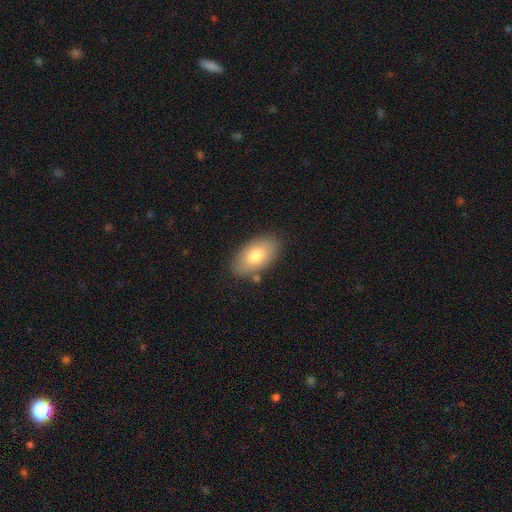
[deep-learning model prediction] Smooth or featured? smooth (76%)
How rounded? in between (94%)
Merging? none (80%)